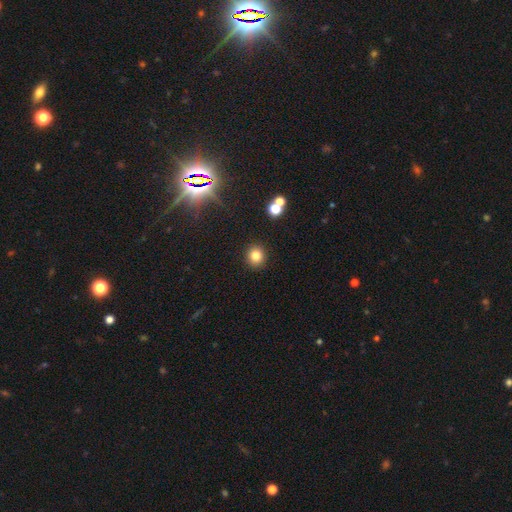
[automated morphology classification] This is clearly a smooth galaxy (81%). How rounded: clearly round (89%). Merging: clearly none (90%).